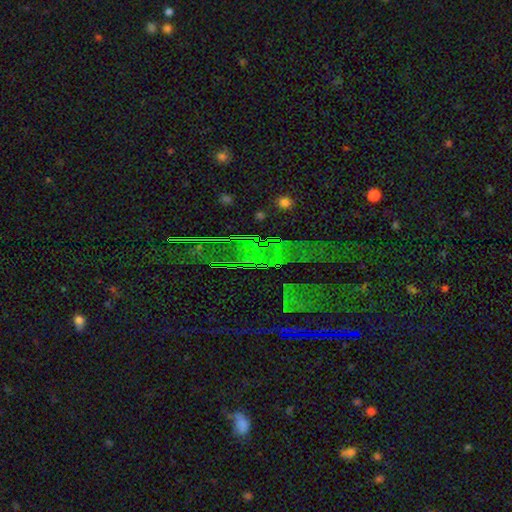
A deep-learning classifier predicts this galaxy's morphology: Q: Smooth or featured?
A: star or artifact (82%); runner-up: smooth (9%)